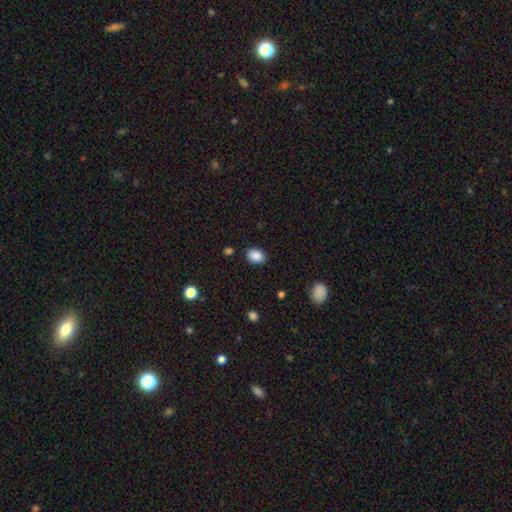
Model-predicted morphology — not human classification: smooth 88%, star or artifact 8%, featured or disk 3%. Down the decision tree: how rounded — in between (74%); merging — none (85%).